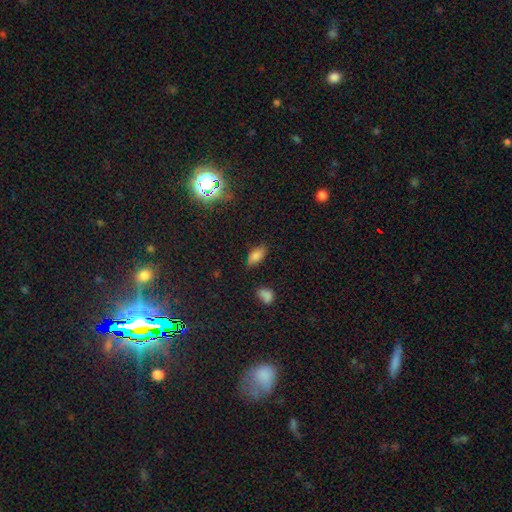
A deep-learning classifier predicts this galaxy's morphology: Smooth or featured? Predicted: smooth (p=0.79). How rounded? Predicted: in between (p=0.91). Merging? Predicted: none (p=0.78).